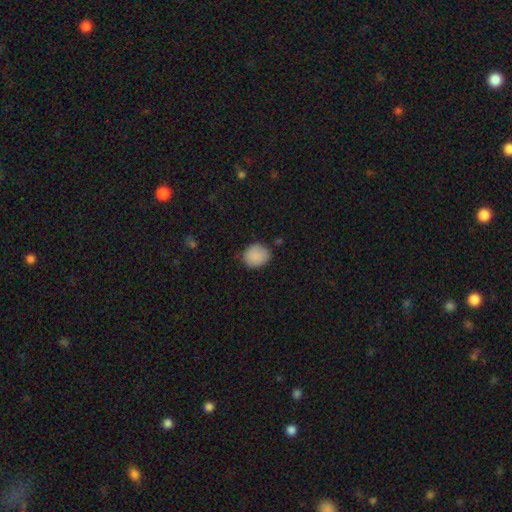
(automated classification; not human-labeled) smooth-or-featured: smooth: 88% | star or artifact: 8% | featured or disk: 4%
  how-rounded: round: 64% | in between: 35% | cigar-shaped: 1%
  merging: none: 77% | minor disturbance: 18% | major disturbance: 3% | merger: 2%